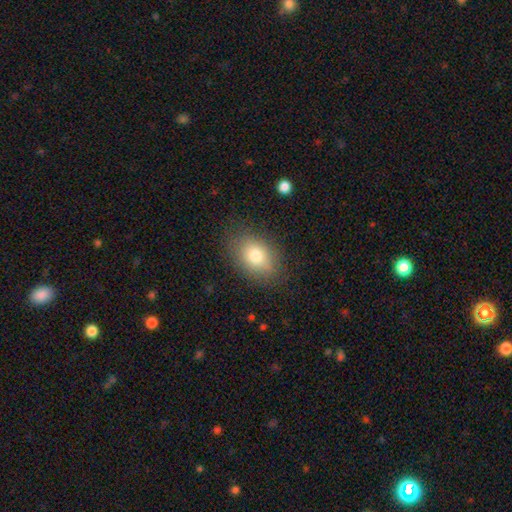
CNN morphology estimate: smooth-or-featured: smooth: 79% | featured or disk: 12% | star or artifact: 9%
  how-rounded: in between: 78% | round: 21% | cigar-shaped: 1%
  merging: none: 82% | minor disturbance: 12% | major disturbance: 4% | merger: 1%